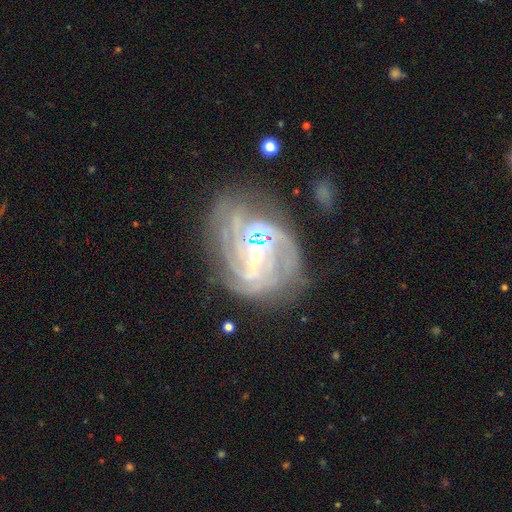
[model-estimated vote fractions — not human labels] Overall: featured or disk (84%). Edge-on disk: no (97%). Bar: weak (37%; strong 36%). Spiral arms: yes (95%). Spiral arm count: 3 (27%; can't tell 22%). Spiral winding: tight (56%; medium 35%). Bulge size: small (50%; moderate 42%). Merging: none (57%).